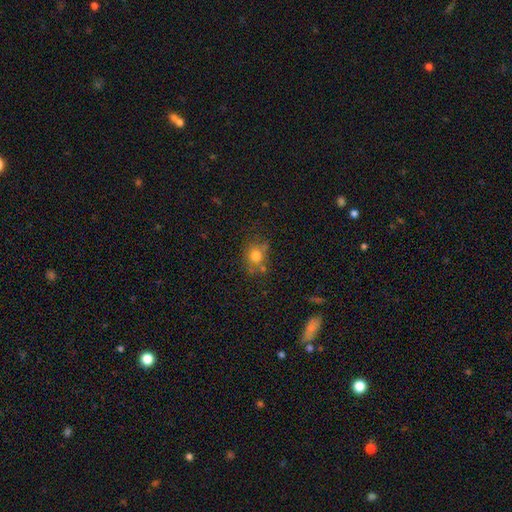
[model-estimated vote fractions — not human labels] Smooth or featured? smooth (75%)
How rounded? round (71%)
Merging? none (62%)